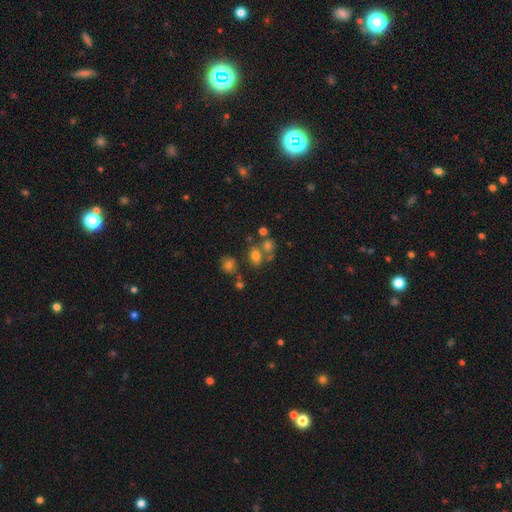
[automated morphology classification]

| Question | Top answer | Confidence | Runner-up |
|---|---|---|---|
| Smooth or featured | smooth | 70% | star or artifact (17%) |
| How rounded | in between | 56% | round (42%) |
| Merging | none | 52% | merger (30%) |